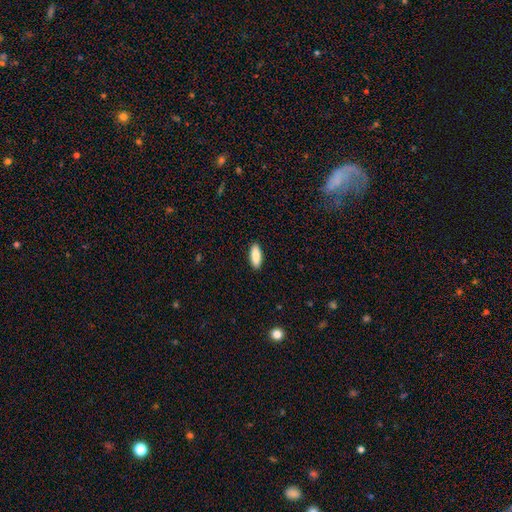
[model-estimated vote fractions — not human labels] Smooth or featured: smooth — 89% (star or artifact — 6%)
How rounded: in between — 68% (cigar-shaped — 30%)
Merging: none — 91% (minor disturbance — 7%)